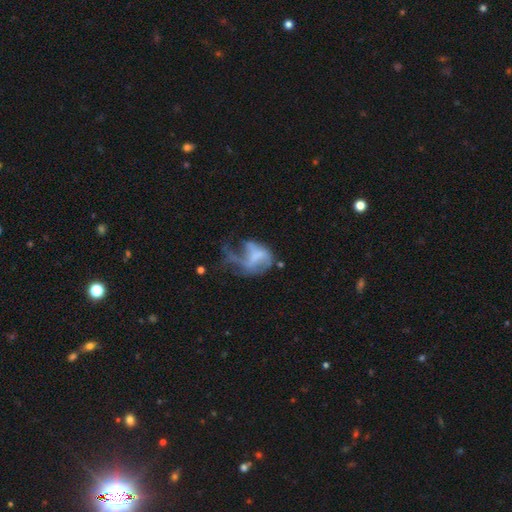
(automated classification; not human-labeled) Morphology: type=featured or disk (53%); edge-on=no (98%); bar=no (64%); spiral arms=no (63%); bulge=none (62%); merging=major disturbance (59%).